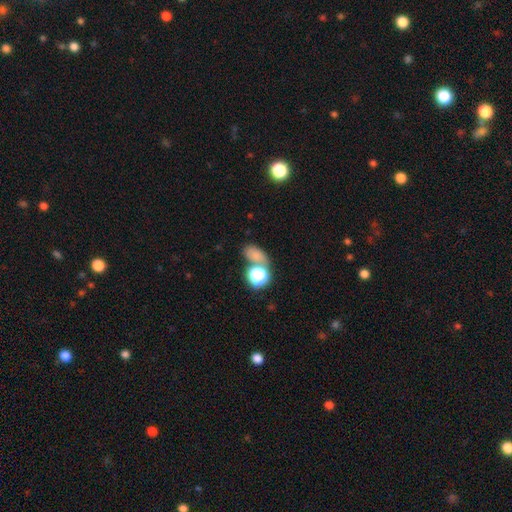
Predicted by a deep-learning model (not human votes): A smooth galaxy with no disk features (70%) that is in between round and cigar-shaped (69%).

Vote fractions:
- Smooth or featured? smooth: 70% / star or artifact: 22% / featured or disk: 8%
- How rounded? in between: 69% / round: 29% / cigar-shaped: 3%
- Merging? none: 55% / merger: 26% / minor disturbance: 13% / major disturbance: 7%